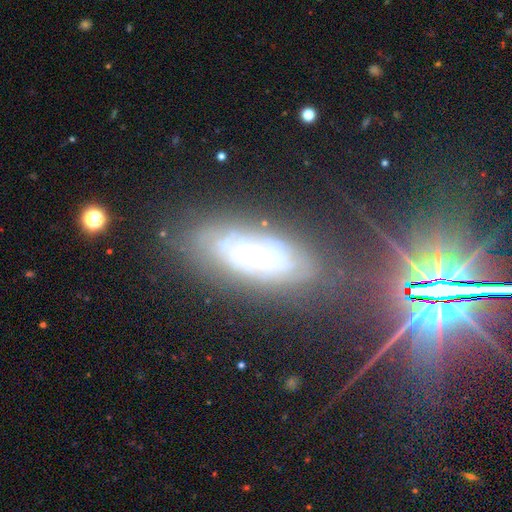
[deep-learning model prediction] This appears to be a featured or disk galaxy (65%) with no bar (74%), spiral arms (82%) and a small central bulge (74%). Merging: none (76%).